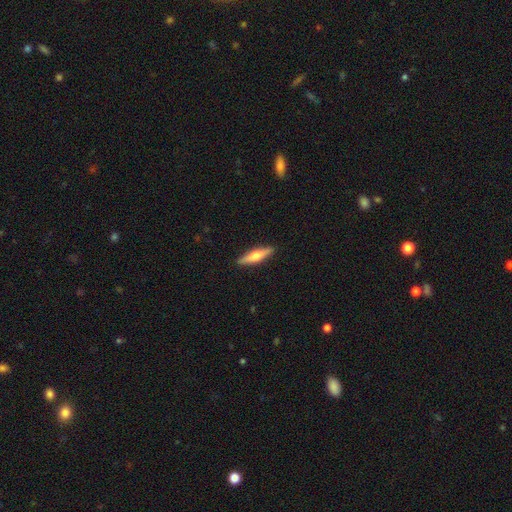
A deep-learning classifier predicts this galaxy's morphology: featured or disk 49%, smooth 45%, star or artifact 6%. Down the decision tree: merging — none (90%).